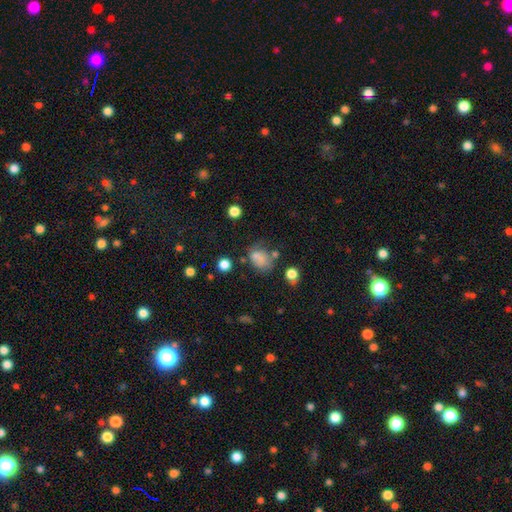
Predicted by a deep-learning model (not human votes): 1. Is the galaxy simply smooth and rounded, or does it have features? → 67% smooth, 17% featured or disk, 16% star or artifact.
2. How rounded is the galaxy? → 50% in between, 49% round, 1% cigar-shaped.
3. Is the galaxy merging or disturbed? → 42% none, 26% minor disturbance, 19% major disturbance, 13% merger.